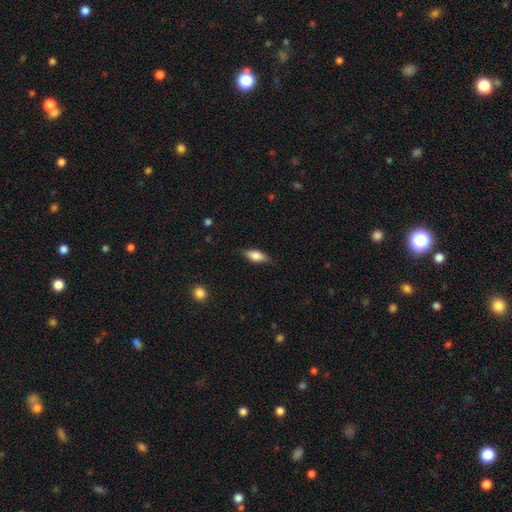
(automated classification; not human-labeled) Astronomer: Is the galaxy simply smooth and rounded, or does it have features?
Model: smooth — 70%.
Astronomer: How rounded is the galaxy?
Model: in between — 77%.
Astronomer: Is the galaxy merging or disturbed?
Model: none — 80%.